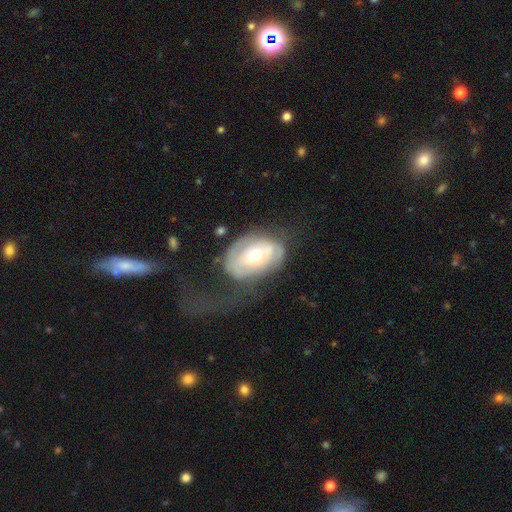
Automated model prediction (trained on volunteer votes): A featured or disk galaxy (63%) with no bar (62%), spiral arms (64%) and a moderate central bulge (60%). Merging: major disturbance (42%).